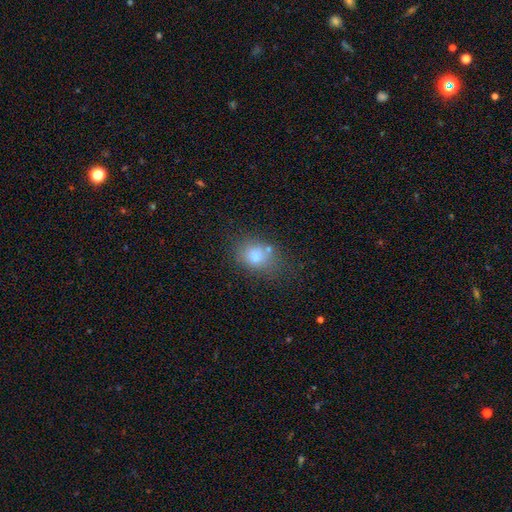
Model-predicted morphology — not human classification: Smooth or featured?
  - smooth: 75% *
  - star or artifact: 13%
  - featured or disk: 11%
How rounded?
  - in between: 55% *
  - round: 44%
  - cigar-shaped: 1%
Merging?
  - none: 63% *
  - minor disturbance: 19%
  - merger: 12%
  - major disturbance: 6%